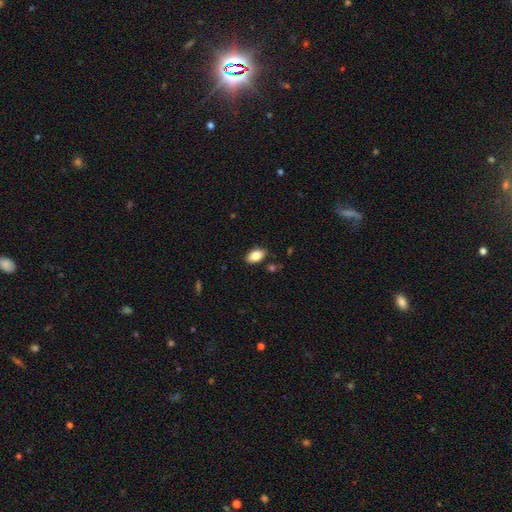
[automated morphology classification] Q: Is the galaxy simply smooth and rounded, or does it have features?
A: smooth — 85%.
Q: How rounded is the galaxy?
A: in between — 92%.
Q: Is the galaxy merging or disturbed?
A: none — 86%.